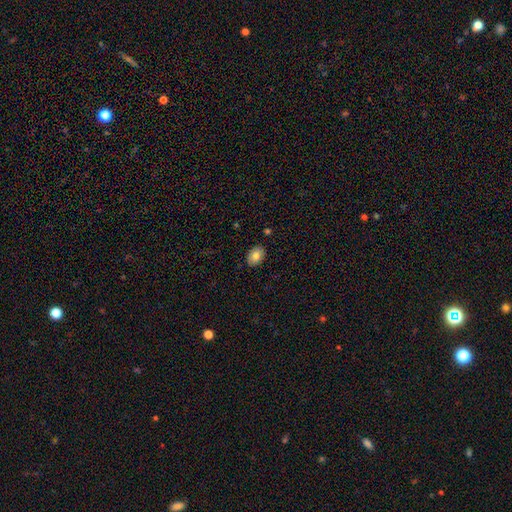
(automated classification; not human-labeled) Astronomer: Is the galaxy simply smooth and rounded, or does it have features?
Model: smooth — 81%.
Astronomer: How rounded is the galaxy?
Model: in between — 82%.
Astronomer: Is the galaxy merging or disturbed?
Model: none — 87%.